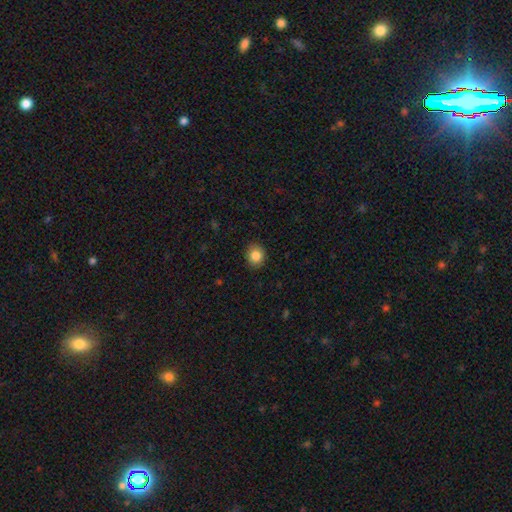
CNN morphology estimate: smooth 84%, star or artifact 9%, featured or disk 6%. Down the decision tree: how rounded — round (70%); merging — none (90%).